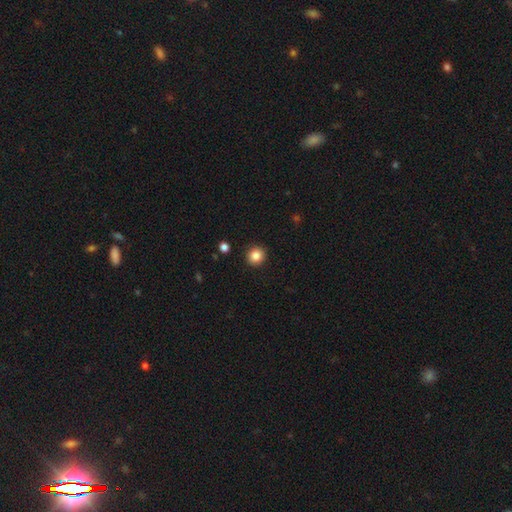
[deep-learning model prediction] Q: Smooth or featured?
A: smooth (86%); runner-up: star or artifact (10%)
Q: How rounded?
A: round (92%); runner-up: in between (7%)
Q: Merging?
A: none (92%); runner-up: minor disturbance (5%)